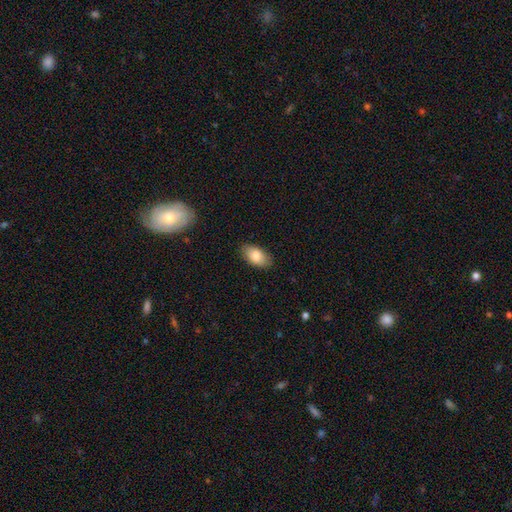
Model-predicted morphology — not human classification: smooth_or_featured: smooth (p=0.82) [alt: featured or disk p=0.11]
how_rounded: in between (p=0.94) [alt: round p=0.04]
merging: none (p=0.86) [alt: minor disturbance p=0.11]